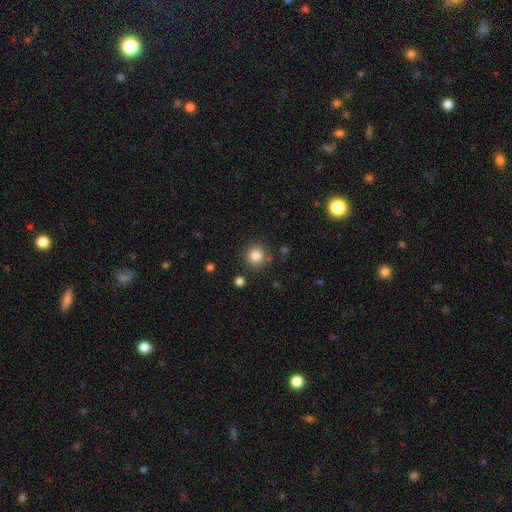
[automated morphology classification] smooth 83%, star or artifact 12%, featured or disk 6%. Down the decision tree: how rounded — round (92%); merging — none (86%).